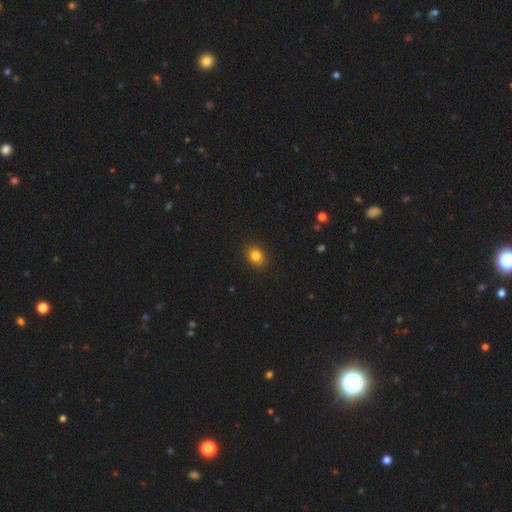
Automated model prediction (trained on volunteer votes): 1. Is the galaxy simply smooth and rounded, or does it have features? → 83% smooth, 11% star or artifact, 6% featured or disk.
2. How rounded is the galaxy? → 57% in between, 42% round, 1% cigar-shaped.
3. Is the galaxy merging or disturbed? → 89% none, 8% minor disturbance, 2% major disturbance, 1% merger.